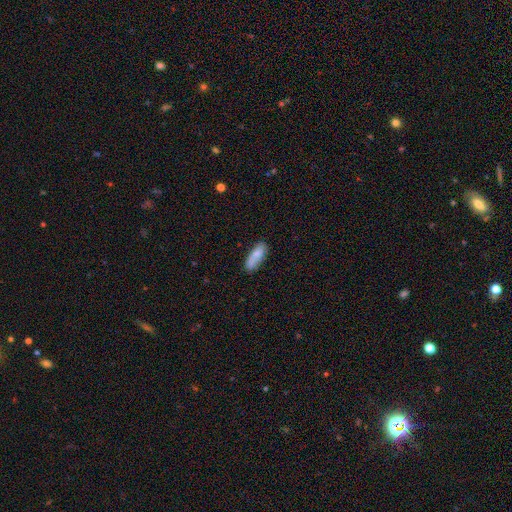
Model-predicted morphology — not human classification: Q: Smooth or featured?
A: smooth (80%); runner-up: featured or disk (14%)
Q: How rounded?
A: in between (68%); runner-up: cigar-shaped (30%)
Q: Merging?
A: none (74%); runner-up: minor disturbance (19%)